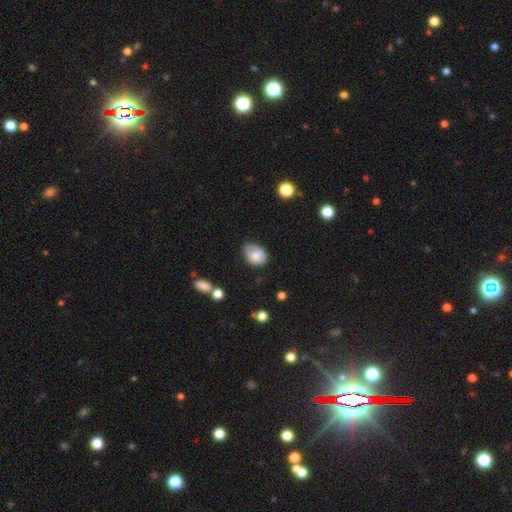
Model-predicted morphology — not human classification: smooth_or_featured: smooth (p=0.75) [alt: featured or disk p=0.17]
how_rounded: in between (p=0.77) [alt: round p=0.22]
merging: none (p=0.58) [alt: minor disturbance p=0.32]